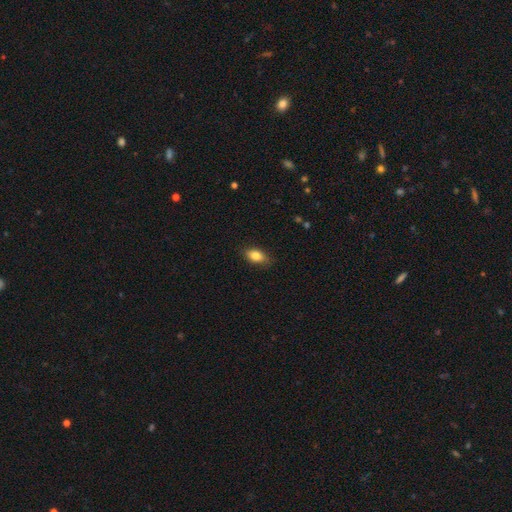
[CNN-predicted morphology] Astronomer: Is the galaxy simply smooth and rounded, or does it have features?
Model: smooth — 84%.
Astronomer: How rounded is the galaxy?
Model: in between — 88%.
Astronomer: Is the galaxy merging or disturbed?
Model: none — 83%.